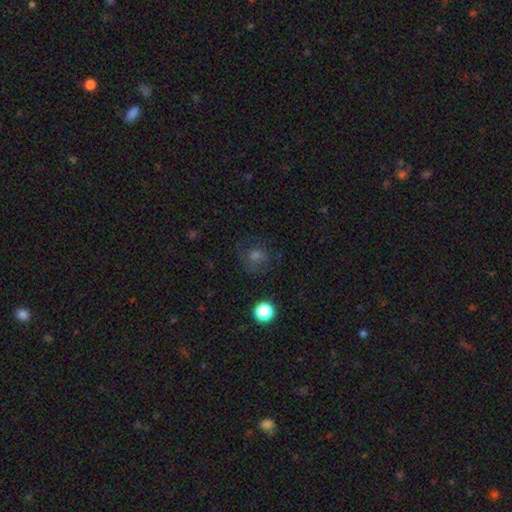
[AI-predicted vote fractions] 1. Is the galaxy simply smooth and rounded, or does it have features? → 56% smooth, 27% star or artifact, 16% featured or disk.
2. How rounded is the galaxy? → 82% round, 17% in between, 1% cigar-shaped.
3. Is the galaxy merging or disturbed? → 69% none, 17% minor disturbance, 11% major disturbance, 3% merger.